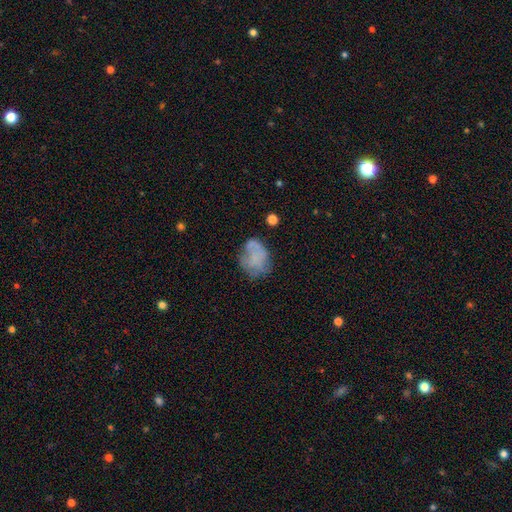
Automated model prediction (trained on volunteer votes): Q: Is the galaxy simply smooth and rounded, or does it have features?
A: smooth — 52%.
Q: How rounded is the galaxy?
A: in between — 56%.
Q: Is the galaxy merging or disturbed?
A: none — 48%.